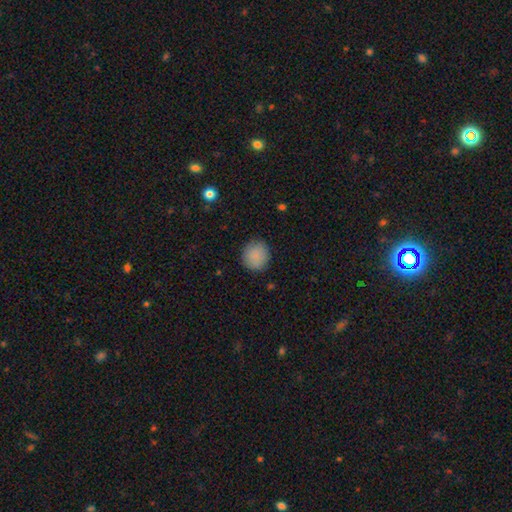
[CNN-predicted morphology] Overall: smooth (88%). How rounded: round (90%). Merging: none (85%).